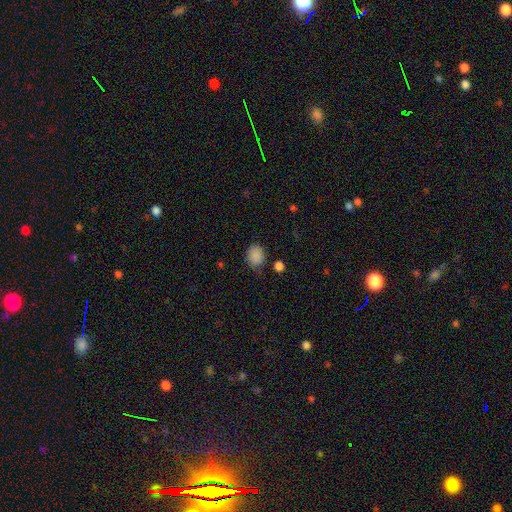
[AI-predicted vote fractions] smooth 86%, star or artifact 10%, featured or disk 3%. Down the decision tree: how rounded — in between (53%); merging — none (73%).